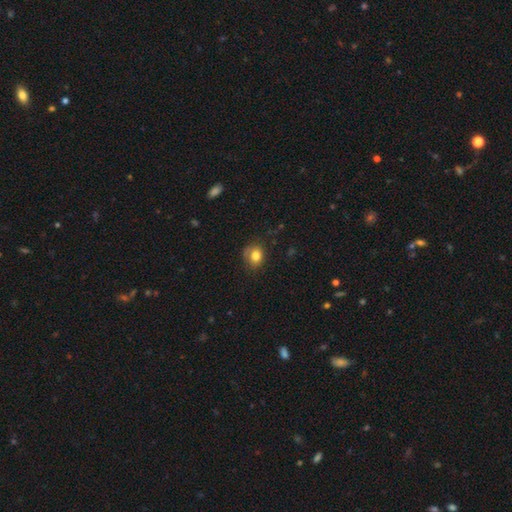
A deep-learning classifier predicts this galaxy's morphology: Smooth or featured? Predicted: smooth (p=0.79). How rounded? Predicted: round (p=0.60). Merging? Predicted: none (p=0.67).